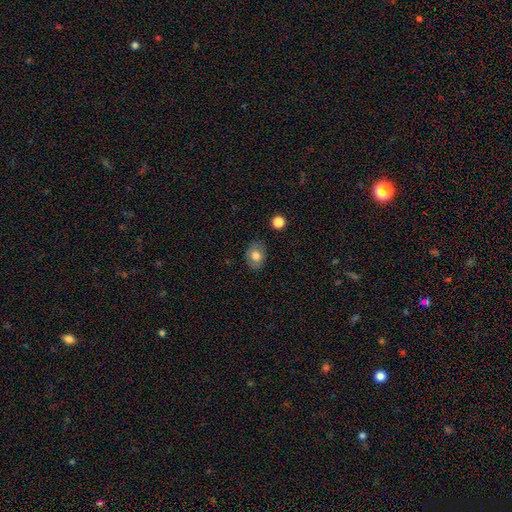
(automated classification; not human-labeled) smooth 74%, featured or disk 18%, star or artifact 8%. Down the decision tree: how rounded — in between (70%); merging — none (81%).